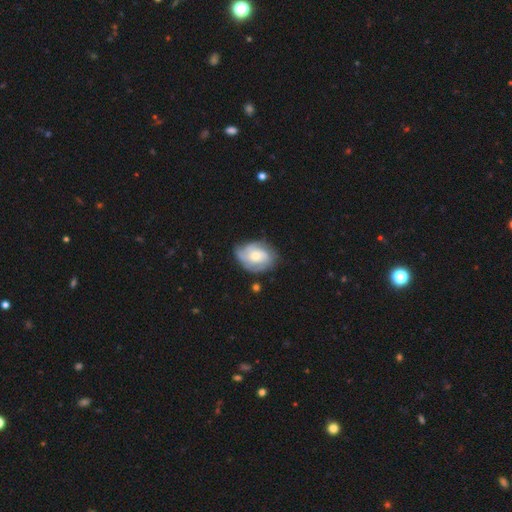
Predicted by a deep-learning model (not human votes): A featured or disk galaxy (66%) with no bar (72%), tight (52%) spiral arms (86%) and a moderate central bulge (51%).

Vote fractions:
- Smooth or featured? featured or disk: 66% / smooth: 28% / star or artifact: 6%
- Edge-on disk? no: 97% / yes: 3%
- Bar? no: 72% / weak: 24% / strong: 4%
- Spiral arms? yes: 86% / no: 14%
- Spiral winding? tight: 52% / medium: 35% / loose: 13%
- Spiral arm count? can't tell: 36% / 3: 24% / 2: 23% / 4: 7% / 1: 5% / more than 4: 4%
- Bulge size? moderate: 51% / small: 41% / large: 5% / none: 2% / dominant: 1%
- Merging? none: 60% / minor disturbance: 27% / major disturbance: 10% / merger: 2%